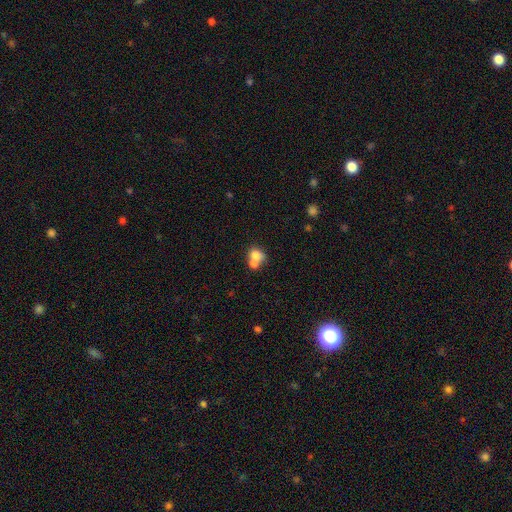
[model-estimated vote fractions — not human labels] This is likely a smooth galaxy (73%). How rounded: possibly round (58%). Merging: likely merger (64%).